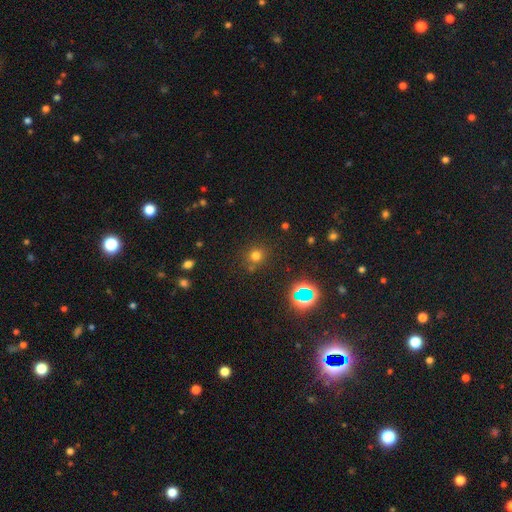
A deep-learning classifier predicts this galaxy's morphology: The model was most divided on "smooth or featured": smooth: 67%, star or artifact: 25%, featured or disk: 8%. More confident: how rounded — round (89%); merging — none (81%).